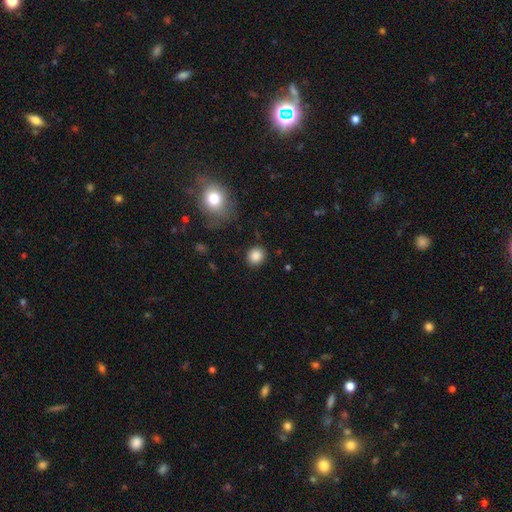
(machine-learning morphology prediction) This appears to be a smooth galaxy with no disk features (86%) that is round (81%). Merging: none (88%).